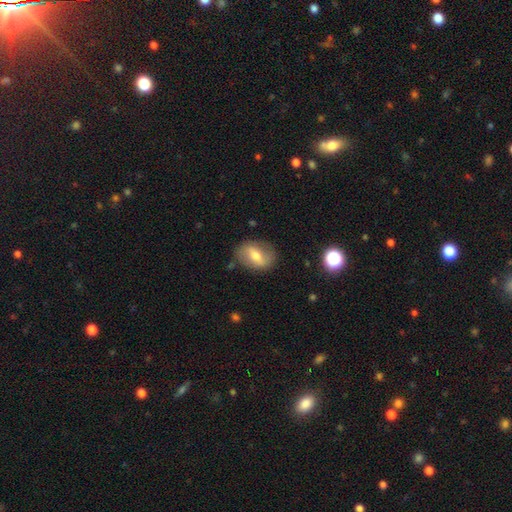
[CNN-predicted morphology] A featured or disk galaxy (47%).

Vote fractions:
- Smooth or featured? featured or disk: 47% / smooth: 45% / star or artifact: 8%
- Merging? none: 78% / minor disturbance: 15% / major disturbance: 5% / merger: 2%